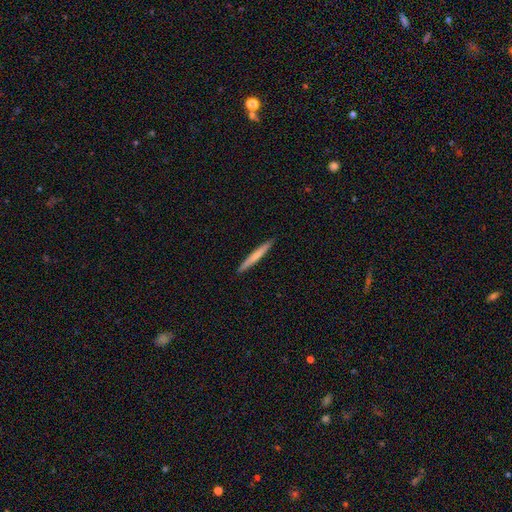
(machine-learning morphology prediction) smooth-or-featured: smooth: 65% | featured or disk: 30% | star or artifact: 5%
  how-rounded: cigar-shaped: 96% | in between: 2% | round: 1%
  merging: none: 92% | minor disturbance: 5% | major disturbance: 1% | merger: 1%